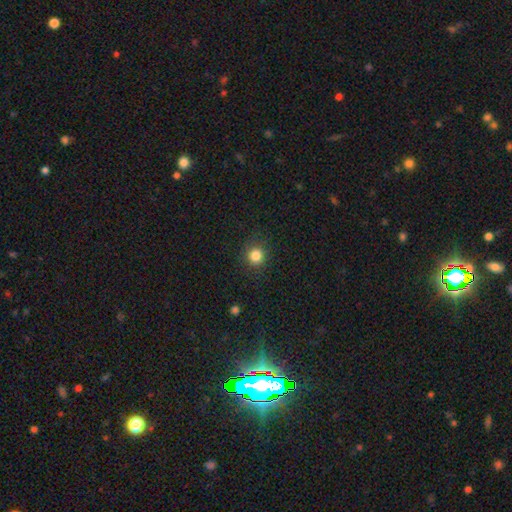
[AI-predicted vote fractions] Smooth or featured?
  - smooth: 84% *
  - star or artifact: 12%
  - featured or disk: 4%
How rounded?
  - round: 93% *
  - in between: 6%
  - cigar-shaped: 1%
Merging?
  - none: 90% *
  - minor disturbance: 6%
  - major disturbance: 2%
  - merger: 1%